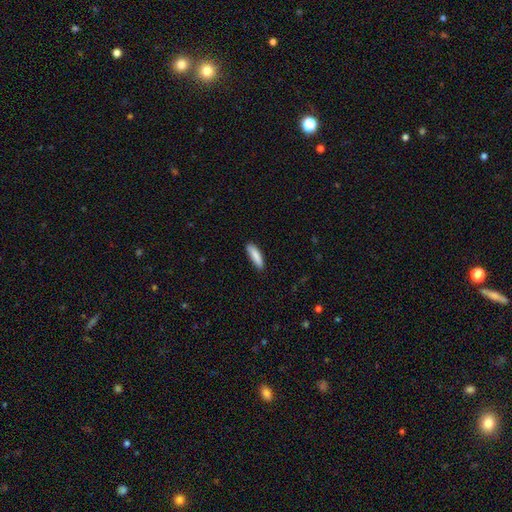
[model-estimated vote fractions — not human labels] A smooth galaxy with no disk features (88%) that is cigar-shaped (62%). Merging: none (85%).